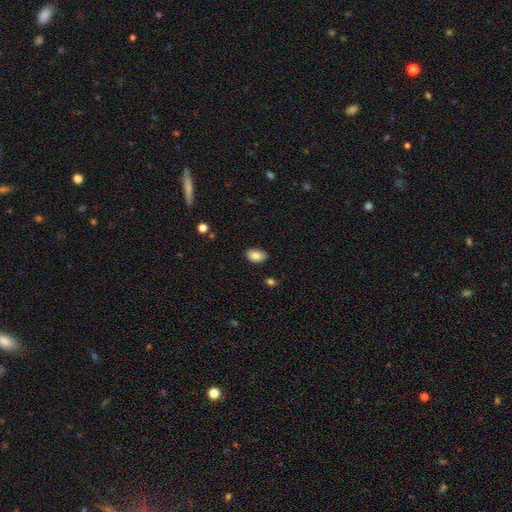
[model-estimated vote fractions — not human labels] A smooth galaxy with no disk features (86%) that is in between round and cigar-shaped (91%). Merging: none (86%).